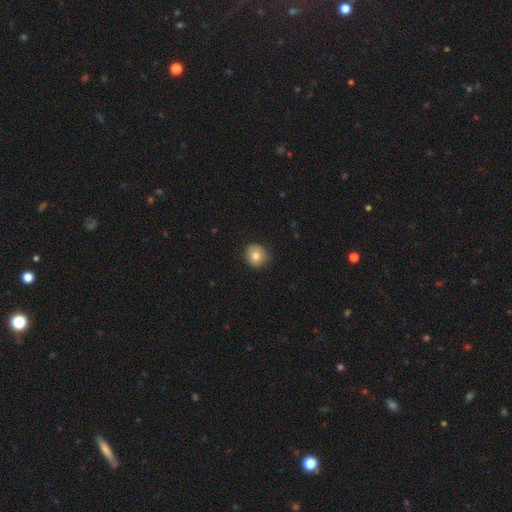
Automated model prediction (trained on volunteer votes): Smooth or featured? Predicted: smooth (p=0.79). How rounded? Predicted: round (p=0.89). Merging? Predicted: none (p=0.85).